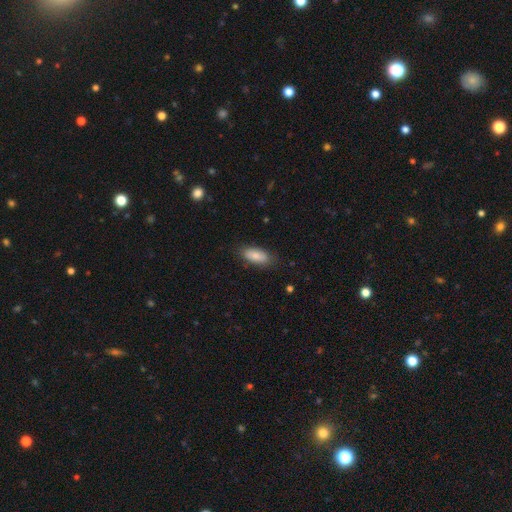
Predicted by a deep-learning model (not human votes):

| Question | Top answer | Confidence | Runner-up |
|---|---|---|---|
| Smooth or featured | smooth | 84% | featured or disk (10%) |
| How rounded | in between | 84% | cigar-shaped (13%) |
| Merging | none | 81% | minor disturbance (15%) |